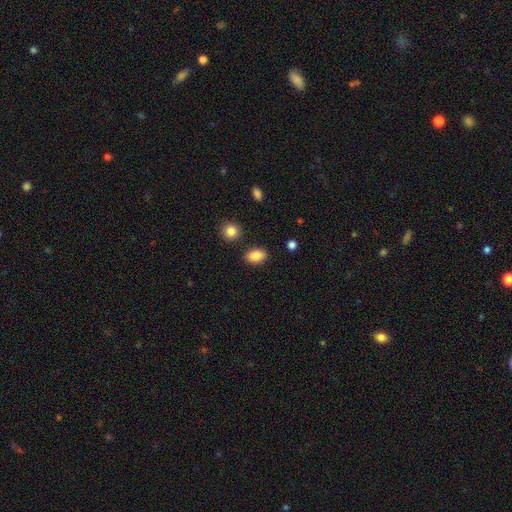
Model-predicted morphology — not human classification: smooth 87%, star or artifact 8%, featured or disk 5%. Down the decision tree: how rounded — in between (84%); merging — none (86%).